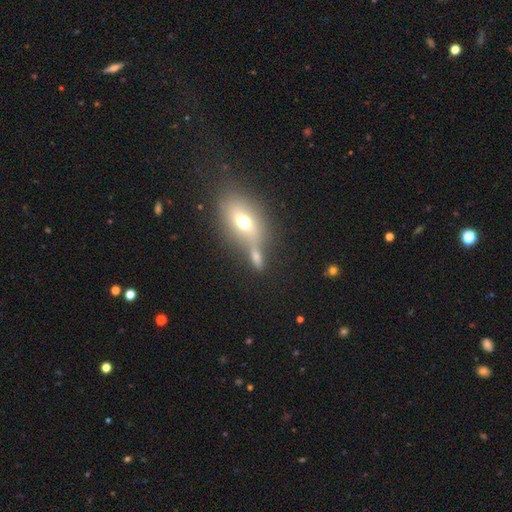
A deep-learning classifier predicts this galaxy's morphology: Smooth or featured? smooth (56%)
How rounded? in between (58%)
Merging? none (48%)